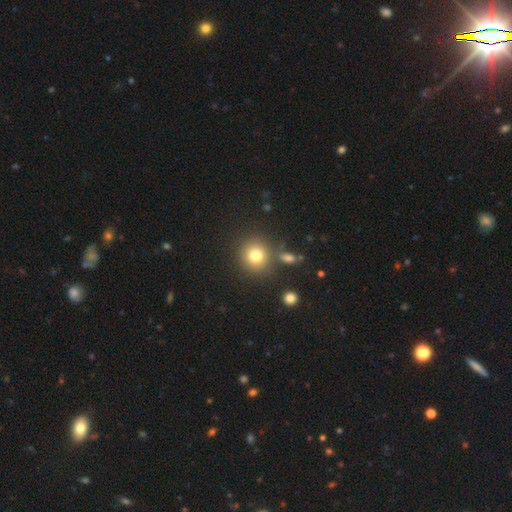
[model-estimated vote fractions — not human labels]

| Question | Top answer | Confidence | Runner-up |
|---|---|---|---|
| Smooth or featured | smooth | 79% | star or artifact (12%) |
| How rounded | round | 88% | in between (11%) |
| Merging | none | 80% | minor disturbance (9%) |